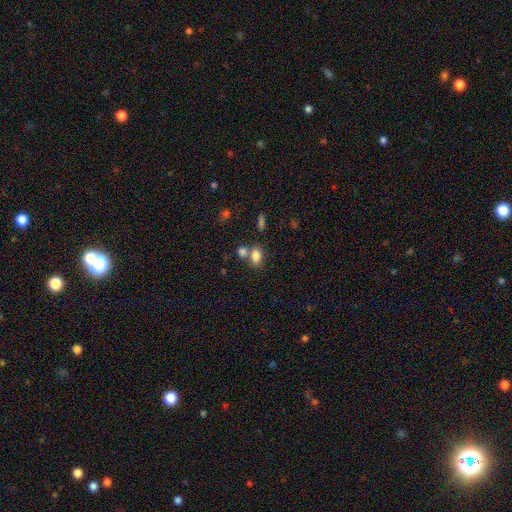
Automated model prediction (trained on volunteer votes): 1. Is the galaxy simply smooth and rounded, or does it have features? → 82% smooth, 11% star or artifact, 8% featured or disk.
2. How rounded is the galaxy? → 79% in between, 19% round, 2% cigar-shaped.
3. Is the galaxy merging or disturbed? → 52% none, 32% merger, 11% minor disturbance, 4% major disturbance.